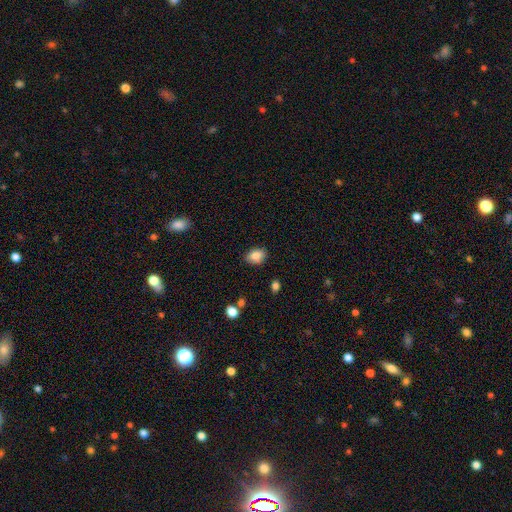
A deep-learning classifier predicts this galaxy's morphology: This is clearly a smooth galaxy (84%). How rounded: likely in between (69%). Merging: clearly none (85%).